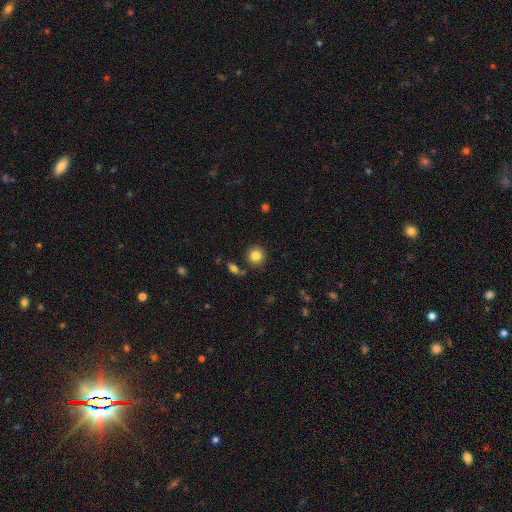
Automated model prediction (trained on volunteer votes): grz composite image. It shows a smooth galaxy with no disk features (83%) that is round (91%). Merging: none (85%).